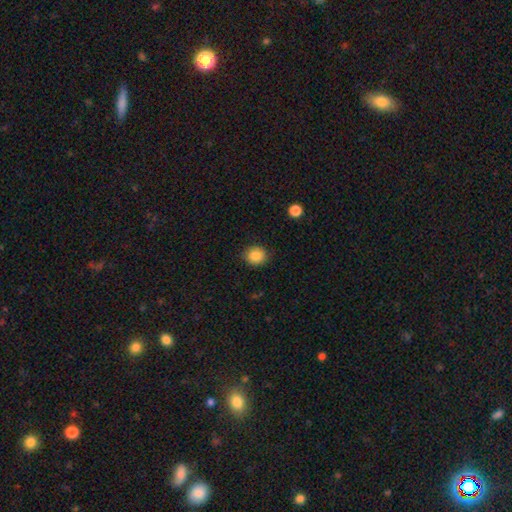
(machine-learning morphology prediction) Smooth or featured? smooth (85%)
How rounded? round (80%)
Merging? none (87%)